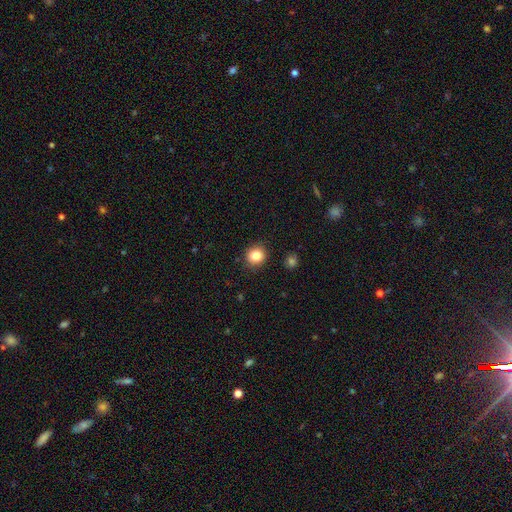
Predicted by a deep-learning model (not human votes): smooth 84%, star or artifact 11%, featured or disk 5%. Down the decision tree: how rounded — round (88%); merging — none (90%).